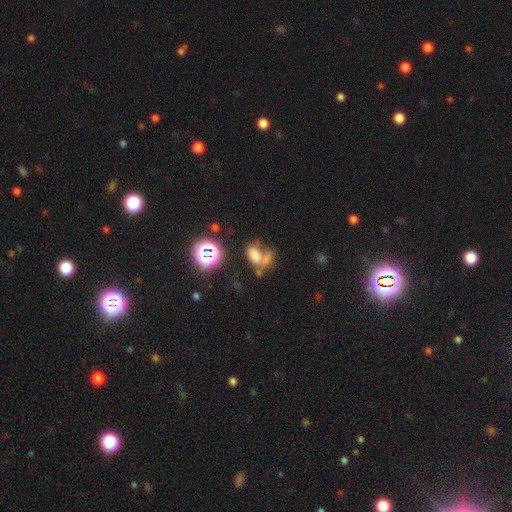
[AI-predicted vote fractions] Smooth or featured?
  - smooth: 51% *
  - featured or disk: 25%
  - star or artifact: 25%
How rounded?
  - in between: 76% *
  - round: 21%
  - cigar-shaped: 3%
Merging?
  - merger: 32% *
  - major disturbance: 27%
  - none: 26%
  - minor disturbance: 15%